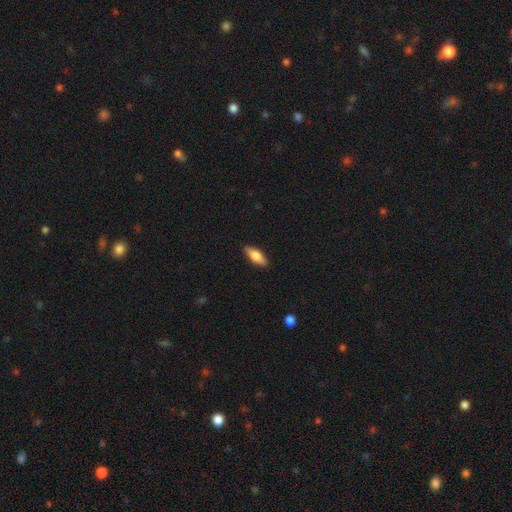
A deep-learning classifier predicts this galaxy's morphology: A smooth galaxy with no disk features (73%) that is in between round and cigar-shaped (70%). Merging: none (89%).